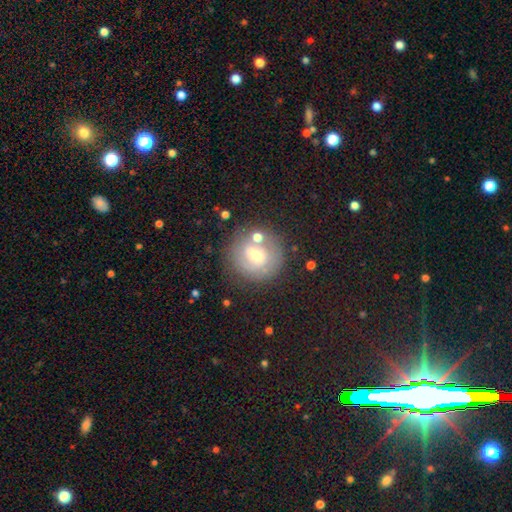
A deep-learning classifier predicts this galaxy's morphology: Smooth or featured: smooth — 45% (featured or disk — 44%)
Merging: none — 70% (minor disturbance — 14%)